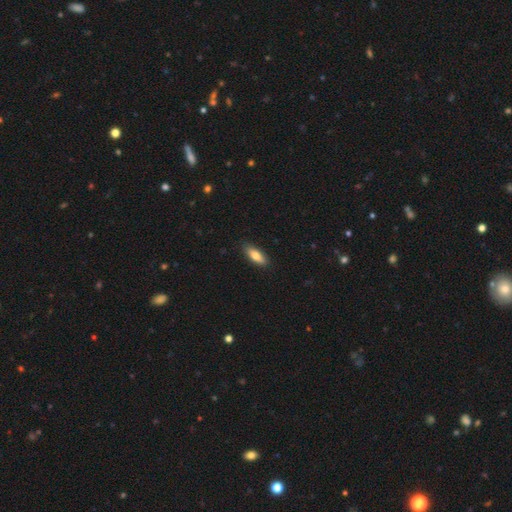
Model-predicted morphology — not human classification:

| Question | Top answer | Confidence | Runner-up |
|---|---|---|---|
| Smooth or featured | smooth | 79% | featured or disk (15%) |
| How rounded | in between | 63% | cigar-shaped (35%) |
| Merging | none | 87% | minor disturbance (10%) |